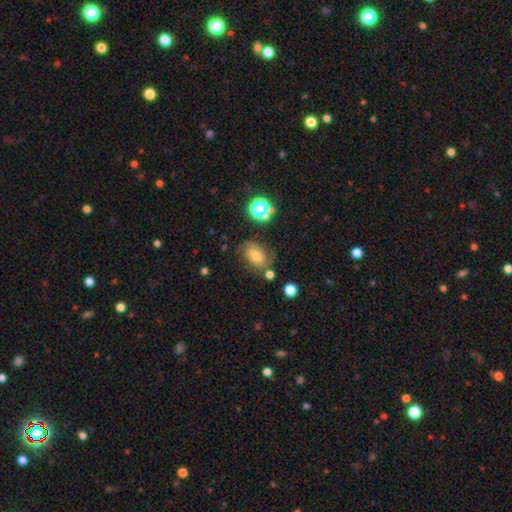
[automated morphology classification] This is possibly a smooth galaxy (52%). How rounded: likely in between (77%). Merging: likely none (63%).